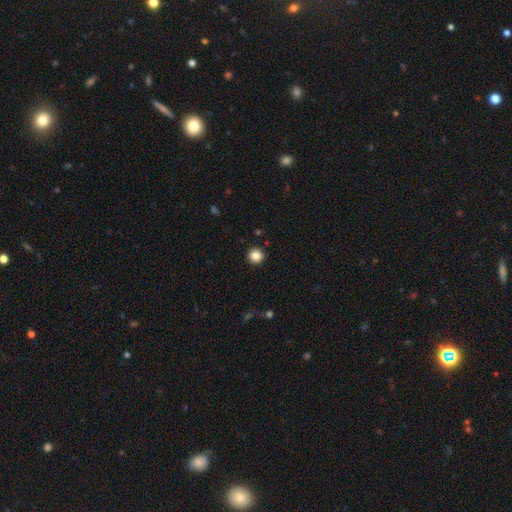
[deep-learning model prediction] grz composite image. It shows a smooth galaxy with no disk features (85%) that is round (94%). Merging: none (93%).